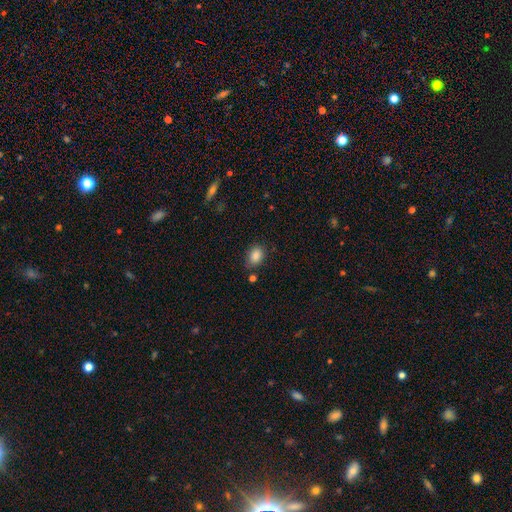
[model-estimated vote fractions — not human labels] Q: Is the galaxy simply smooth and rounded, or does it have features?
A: smooth — 87%.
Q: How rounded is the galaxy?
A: in between — 72%.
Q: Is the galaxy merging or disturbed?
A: none — 73%.